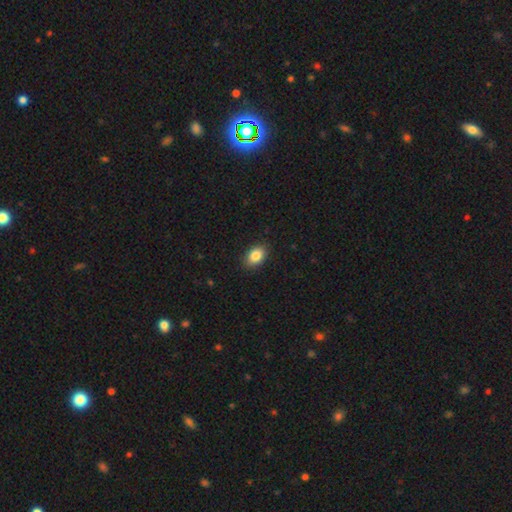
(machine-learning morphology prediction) Smooth or featured? smooth (85%)
How rounded? in between (84%)
Merging? none (89%)